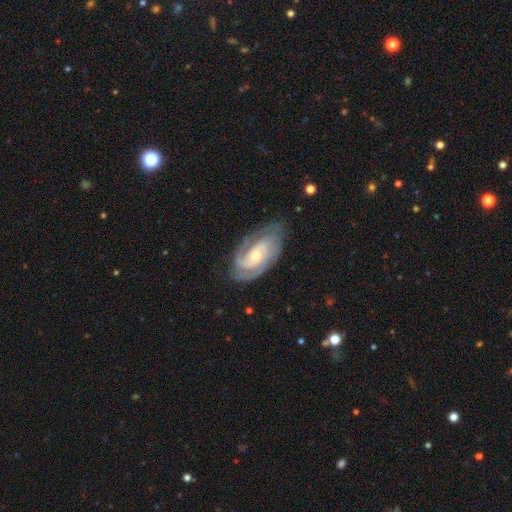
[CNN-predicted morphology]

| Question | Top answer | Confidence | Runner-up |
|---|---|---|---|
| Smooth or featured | featured or disk | 88% | smooth (7%) |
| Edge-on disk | no | 96% | yes (4%) |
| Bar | no | 56% | weak (33%) |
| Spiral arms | yes | 97% | no (3%) |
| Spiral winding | tight | 59% | medium (35%) |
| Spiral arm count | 2 | 54% | 3 (23%) |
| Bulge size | small | 54% | moderate (41%) |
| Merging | none | 73% | minor disturbance (19%) |